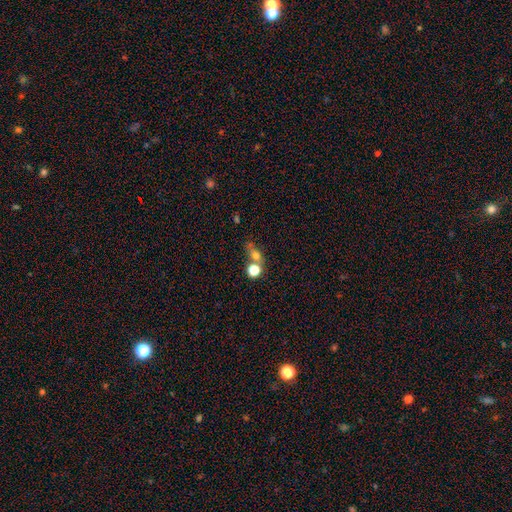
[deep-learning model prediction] Smooth or featured: smooth — 62% (star or artifact — 19%)
How rounded: round — 52% (in between — 39%)
Merging: none — 44% (merger — 35%)